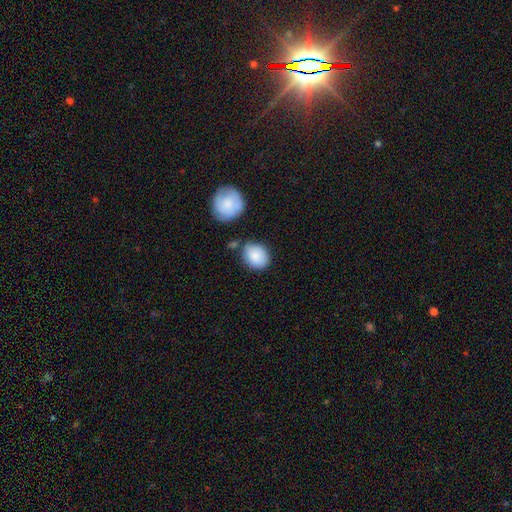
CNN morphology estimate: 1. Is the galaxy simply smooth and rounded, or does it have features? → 86% smooth, 8% featured or disk, 6% star or artifact.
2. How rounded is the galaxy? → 61% round, 38% in between, 1% cigar-shaped.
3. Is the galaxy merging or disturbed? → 64% none, 22% minor disturbance, 9% merger, 5% major disturbance.